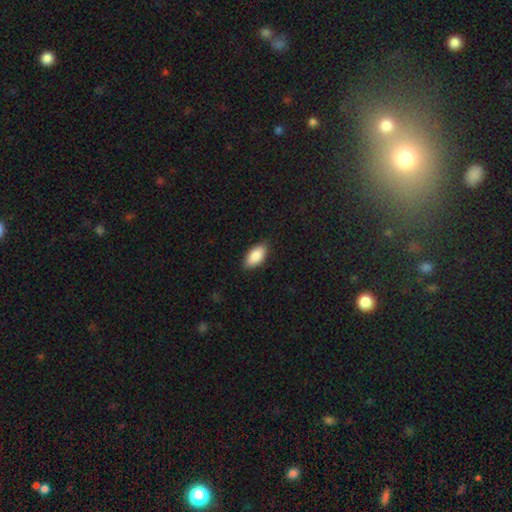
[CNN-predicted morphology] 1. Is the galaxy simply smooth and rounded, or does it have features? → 86% smooth, 7% featured or disk, 6% star or artifact.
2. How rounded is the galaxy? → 92% in between, 6% cigar-shaped, 2% round.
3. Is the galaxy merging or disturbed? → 87% none, 10% minor disturbance, 2% major disturbance, 1% merger.